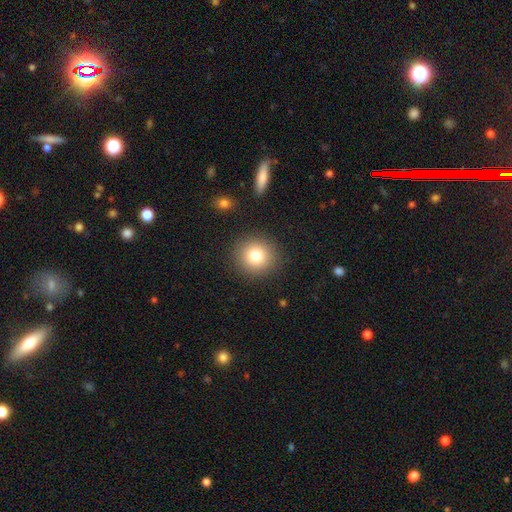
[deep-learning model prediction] smooth 79%, star or artifact 12%, featured or disk 9%. Down the decision tree: how rounded — round (93%); merging — none (90%).